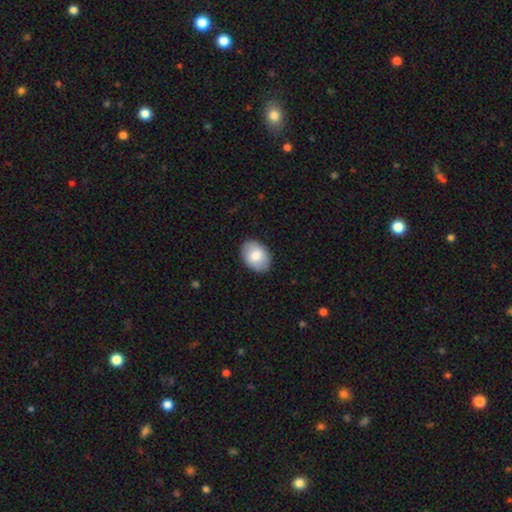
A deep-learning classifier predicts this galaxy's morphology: smooth_or_featured: smooth (p=0.81) [alt: featured or disk p=0.13]
how_rounded: in between (p=0.81) [alt: round p=0.18]
merging: none (p=0.88) [alt: minor disturbance p=0.09]